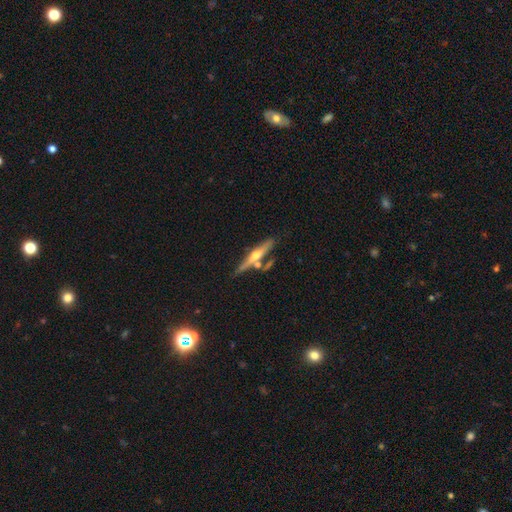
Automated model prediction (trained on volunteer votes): Smooth or featured? Predicted: featured or disk (p=0.66). Edge-on disk? Predicted: yes (p=0.94). Edge-on bulge? Predicted: rounded (p=0.90). Merging? Predicted: none (p=0.62).